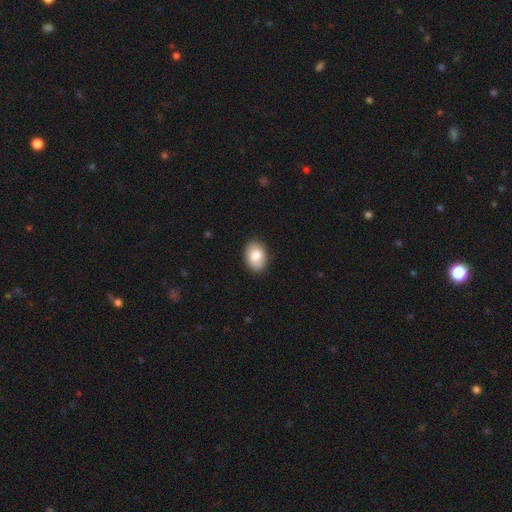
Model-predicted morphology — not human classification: Smooth or featured?
  - smooth: 82% *
  - featured or disk: 11%
  - star or artifact: 7%
How rounded?
  - in between: 86% *
  - round: 13%
  - cigar-shaped: 1%
Merging?
  - none: 87% *
  - minor disturbance: 10%
  - major disturbance: 2%
  - merger: 1%